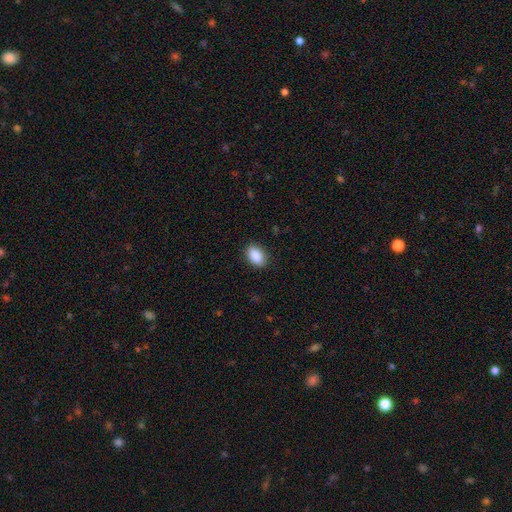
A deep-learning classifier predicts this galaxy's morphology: Q: Smooth or featured?
A: smooth (90%); runner-up: star or artifact (7%)
Q: How rounded?
A: in between (90%); runner-up: round (8%)
Q: Merging?
A: none (87%); runner-up: minor disturbance (10%)